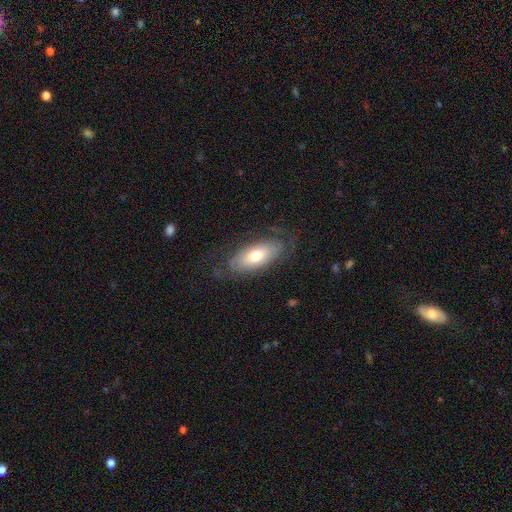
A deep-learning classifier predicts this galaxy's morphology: Smooth or featured?
  - smooth: 55% *
  - featured or disk: 39%
  - star or artifact: 6%
How rounded?
  - in between: 86% *
  - cigar-shaped: 11%
  - round: 3%
Merging?
  - none: 71% *
  - minor disturbance: 18%
  - major disturbance: 9%
  - merger: 1%